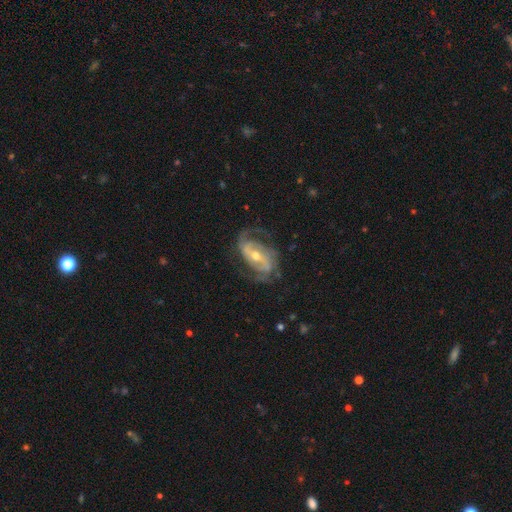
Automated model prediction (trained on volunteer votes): A featured or disk galaxy (89%) with a strong bar (41%), 2 (67%) medium (47%) spiral arms (96%) and a moderate central bulge (58%).

Vote fractions:
- Smooth or featured? featured or disk: 89% / smooth: 6% / star or artifact: 5%
- Edge-on disk? no: 96% / yes: 4%
- Bar? strong: 41% / weak: 38% / no: 21%
- Spiral arms? yes: 96% / no: 4%
- Spiral winding? medium: 47% / tight: 32% / loose: 21%
- Spiral arm count? 2: 67% / 3: 13% / can't tell: 10% / 1: 4% / 4: 3% / more than 4: 3%
- Bulge size? moderate: 58% / small: 38% / large: 3% / none: 1% / dominant: 1%
- Merging? none: 69% / minor disturbance: 18% / major disturbance: 13% / merger: 1%